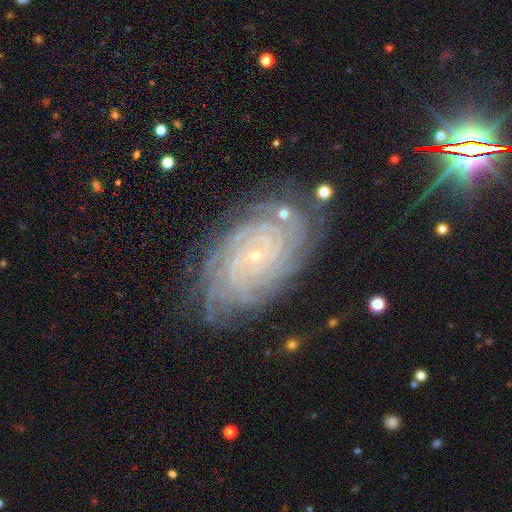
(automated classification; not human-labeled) Smooth or featured? Predicted: featured or disk (p=0.87). Edge-on disk? Predicted: no (p=0.97). Bar? Predicted: no (p=0.77). Spiral arms? Predicted: yes (p=0.98). Spiral winding? Predicted: tight (p=0.85). Spiral arm count? Predicted: more than 4 (p=0.30). Bulge size? Predicted: small (p=0.89). Merging? Predicted: none (p=0.80).